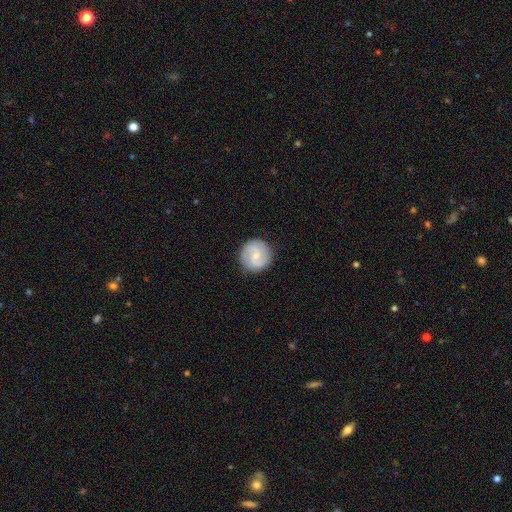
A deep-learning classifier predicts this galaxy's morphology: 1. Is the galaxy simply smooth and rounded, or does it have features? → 73% featured or disk, 21% smooth, 5% star or artifact.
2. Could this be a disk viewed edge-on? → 98% no, 2% yes.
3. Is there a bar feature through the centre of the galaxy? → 51% weak, 41% no, 8% strong.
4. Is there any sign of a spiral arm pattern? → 95% yes, 5% no.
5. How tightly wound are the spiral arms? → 47% medium, 38% tight, 14% loose.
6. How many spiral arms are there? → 87% 2, 5% can't tell, 4% 3, 2% 1, 1% 4, 1% more than 4.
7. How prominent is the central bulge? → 63% small, 25% moderate, 9% none, 1% large, 1% dominant.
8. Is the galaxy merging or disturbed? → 88% none, 8% minor disturbance, 2% major disturbance, 1% merger.